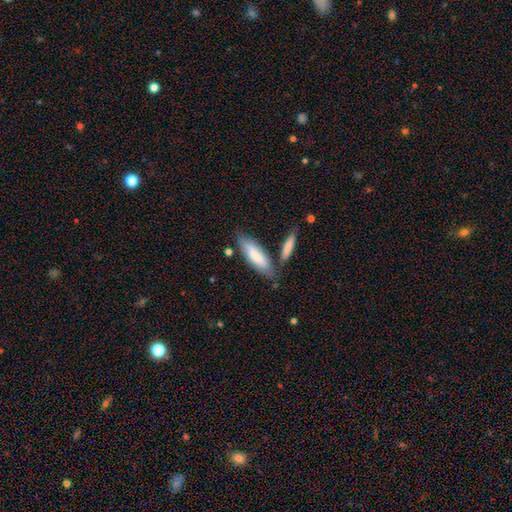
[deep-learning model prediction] smooth_or_featured: smooth (p=0.78) [alt: featured or disk p=0.17]
how_rounded: cigar-shaped (p=0.57) [alt: in between p=0.41]
merging: none (p=0.65) [alt: minor disturbance p=0.16]